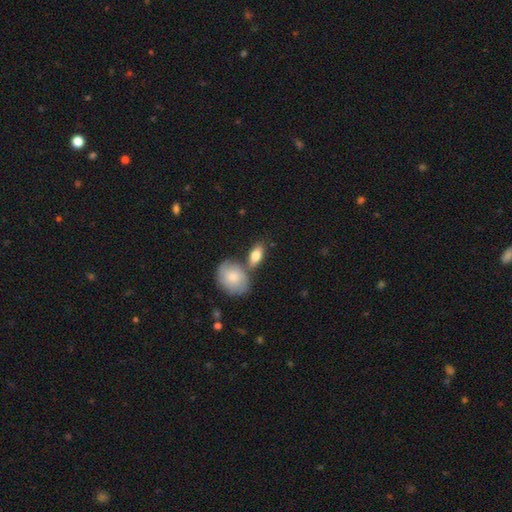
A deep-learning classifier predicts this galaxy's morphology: Smooth or featured? smooth (77%)
How rounded? in between (83%)
Merging? none (58%)